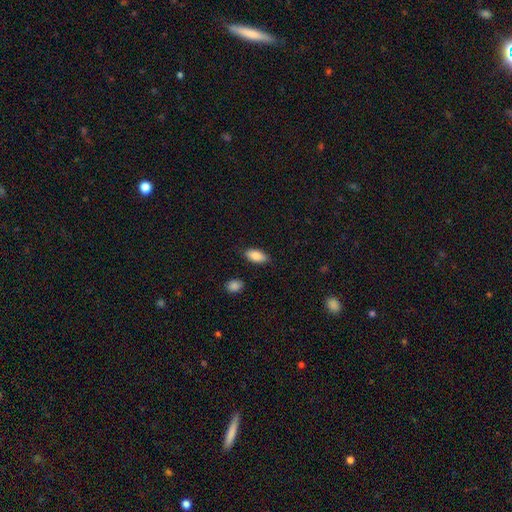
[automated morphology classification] smooth 85%, featured or disk 8%, star or artifact 7%. Down the decision tree: how rounded — in between (90%); merging — none (85%).